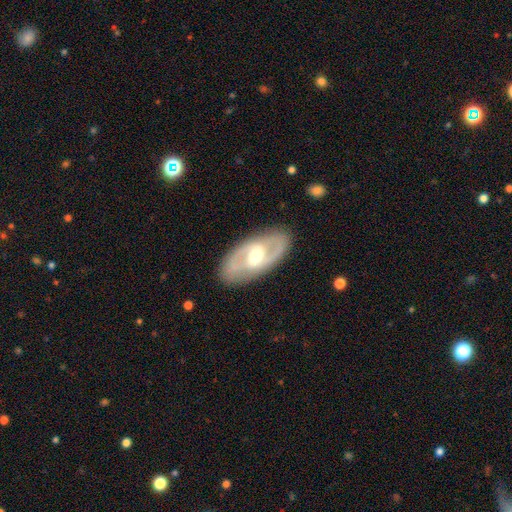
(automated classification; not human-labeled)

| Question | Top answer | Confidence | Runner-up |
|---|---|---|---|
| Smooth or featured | featured or disk | 77% | smooth (19%) |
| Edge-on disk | no | 91% | yes (9%) |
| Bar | weak | 47% | strong (32%) |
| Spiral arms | yes | 71% | no (29%) |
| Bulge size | moderate | 69% | small (19%) |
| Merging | none | 86% | minor disturbance (9%) |